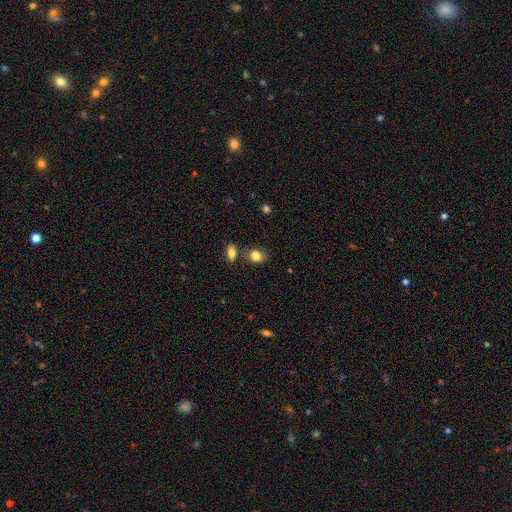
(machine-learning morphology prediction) Smooth or featured: smooth — 83% (star or artifact — 9%)
How rounded: in between — 63% (round — 35%)
Merging: none — 70% (minor disturbance — 15%)